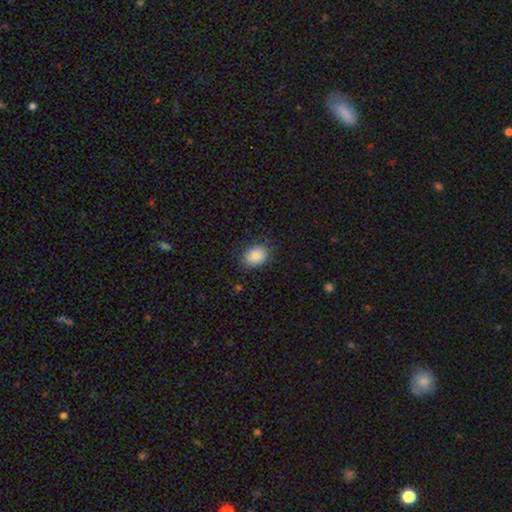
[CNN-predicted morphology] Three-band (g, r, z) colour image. It shows a smooth galaxy with no disk features (87%) that is in between round and cigar-shaped (71%). Merging: none (84%).